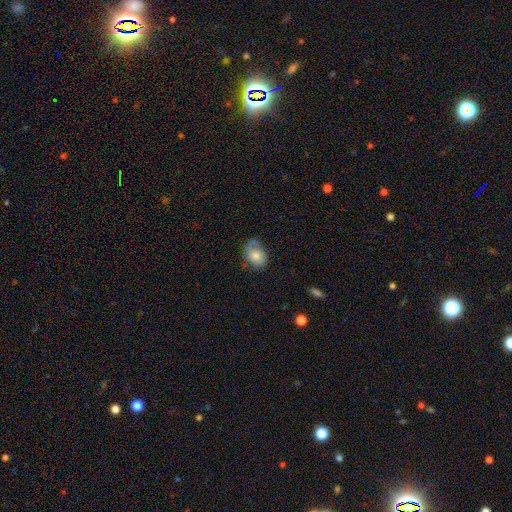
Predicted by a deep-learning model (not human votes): Overall: smooth (65%; featured or disk 28%). How rounded: in between (73%). Merging: none (52%; minor disturbance 31%).